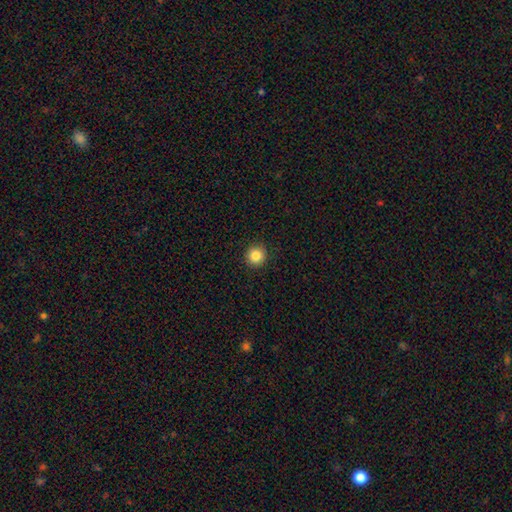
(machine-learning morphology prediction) This is clearly a smooth galaxy (85%). How rounded: clearly round (93%). Merging: clearly none (92%).